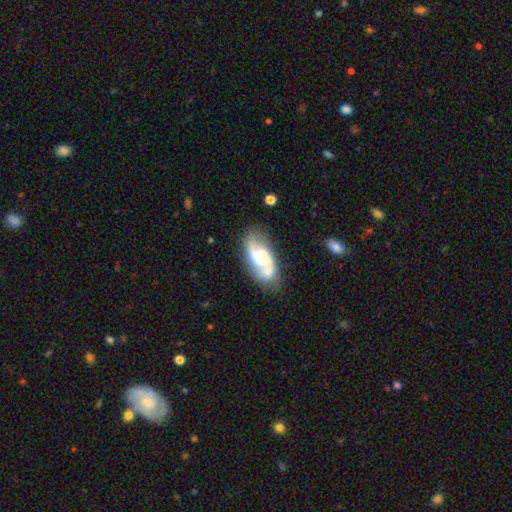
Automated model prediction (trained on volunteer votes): smooth_or_featured: featured or disk (p=0.80) [alt: smooth p=0.15]
disk_edge_on: no (p=0.95) [alt: yes p=0.05]
bar: weak (p=0.44) [alt: no p=0.42]
has_spiral_arms: yes (p=0.94) [alt: no p=0.06]
spiral_winding: medium (p=0.50) [alt: loose p=0.33]
spiral_arm_count: 2 (p=0.85) [alt: can't tell p=0.06]
bulge_size: moderate (p=0.44) [alt: small p=0.25]
merging: none (p=0.68) [alt: minor disturbance p=0.17]